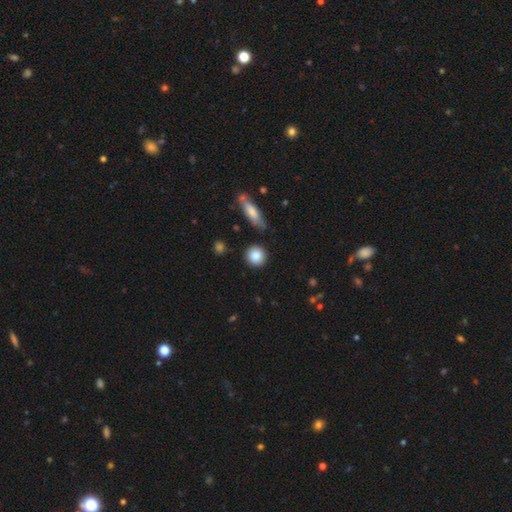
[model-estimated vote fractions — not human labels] Smooth or featured? smooth (86%)
How rounded? round (87%)
Merging? none (87%)